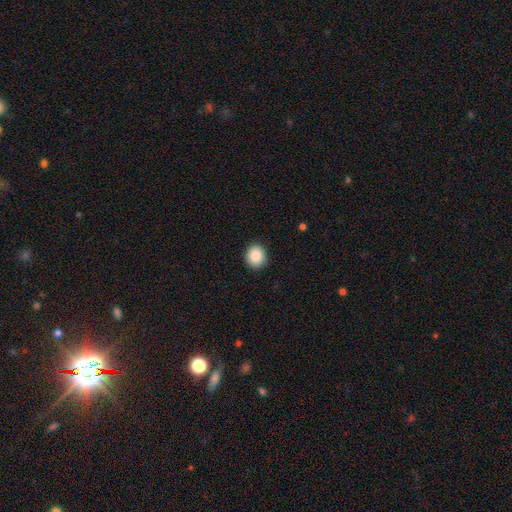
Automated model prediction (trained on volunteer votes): Smooth or featured: smooth — 89% (star or artifact — 8%)
How rounded: round — 75% (in between — 24%)
Merging: none — 91% (minor disturbance — 7%)